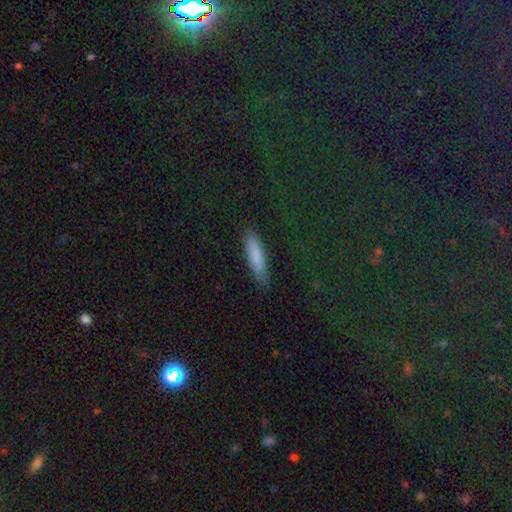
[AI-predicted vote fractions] Smooth or featured? smooth (82%)
How rounded? cigar-shaped (77%)
Merging? none (86%)